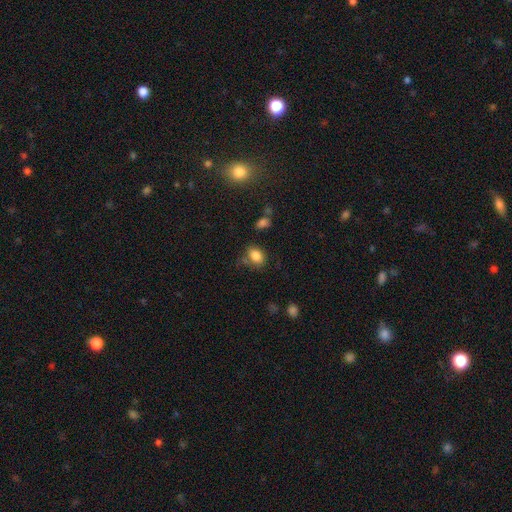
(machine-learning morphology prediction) Smooth or featured? smooth (83%)
How rounded? in between (75%)
Merging? none (67%)